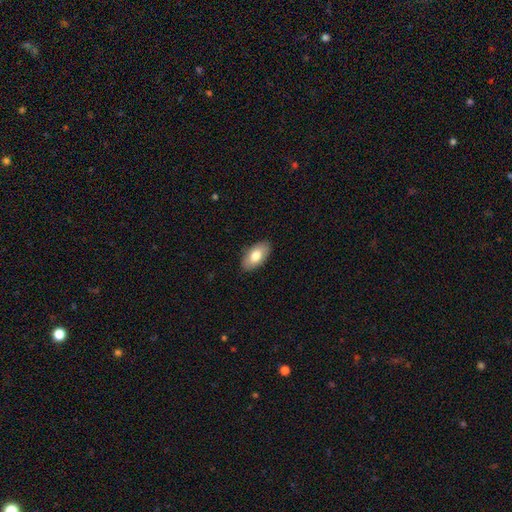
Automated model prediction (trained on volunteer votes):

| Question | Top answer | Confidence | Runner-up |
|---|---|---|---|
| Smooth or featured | smooth | 76% | featured or disk (18%) |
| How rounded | in between | 94% | round (3%) |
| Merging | none | 88% | minor disturbance (9%) |